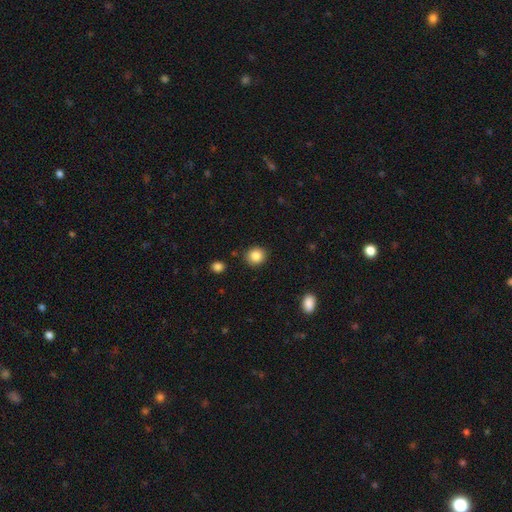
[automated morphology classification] Smooth or featured? Predicted: smooth (p=0.86). How rounded? Predicted: round (p=0.86). Merging? Predicted: none (p=0.88).